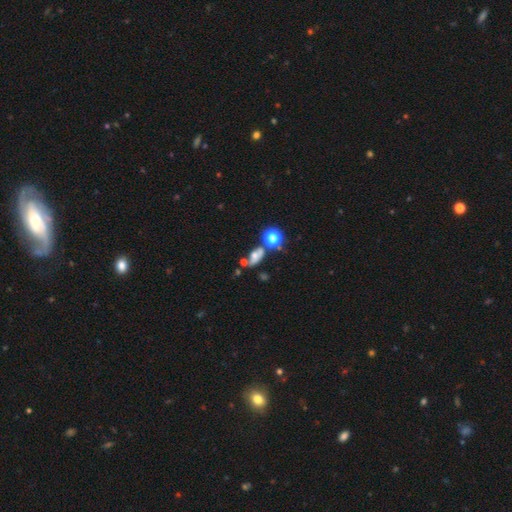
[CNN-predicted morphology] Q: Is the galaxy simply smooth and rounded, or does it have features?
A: smooth — 52%.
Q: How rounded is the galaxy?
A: in between — 67%.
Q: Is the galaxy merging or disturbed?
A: none — 50%.